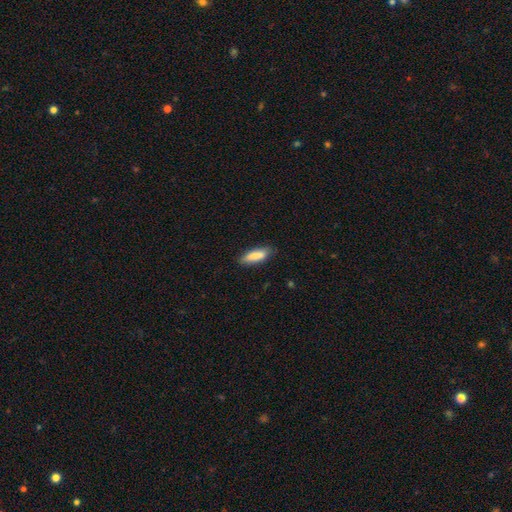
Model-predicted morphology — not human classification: Smooth or featured: smooth — 84% (featured or disk — 10%)
How rounded: in between — 51% (cigar-shaped — 47%)
Merging: none — 81% (minor disturbance — 14%)